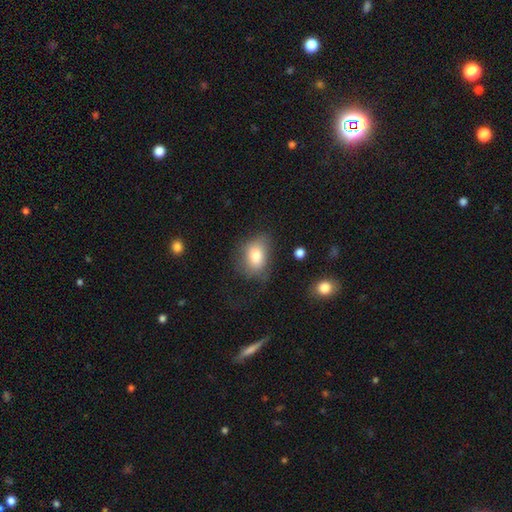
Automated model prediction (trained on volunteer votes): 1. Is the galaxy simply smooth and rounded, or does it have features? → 79% smooth, 12% featured or disk, 9% star or artifact.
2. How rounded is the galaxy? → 70% in between, 29% round, 1% cigar-shaped.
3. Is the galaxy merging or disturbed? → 55% none, 28% minor disturbance, 15% major disturbance, 2% merger.